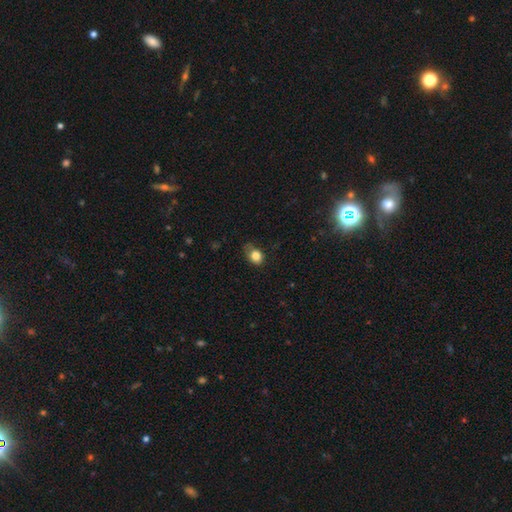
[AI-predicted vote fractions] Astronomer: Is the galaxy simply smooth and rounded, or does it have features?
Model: smooth — 82%.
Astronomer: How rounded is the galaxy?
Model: in between — 56% (runner-up: round, 43%).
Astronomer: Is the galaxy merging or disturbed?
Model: none — 53% (runner-up: minor disturbance, 34%).